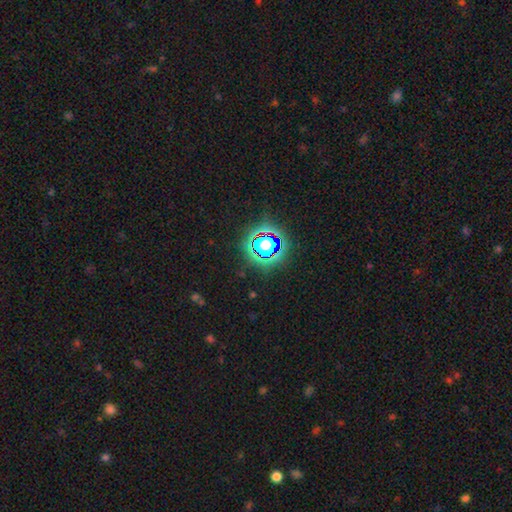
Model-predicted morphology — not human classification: smooth_or_featured: star or artifact (p=0.79) [alt: smooth p=0.13]